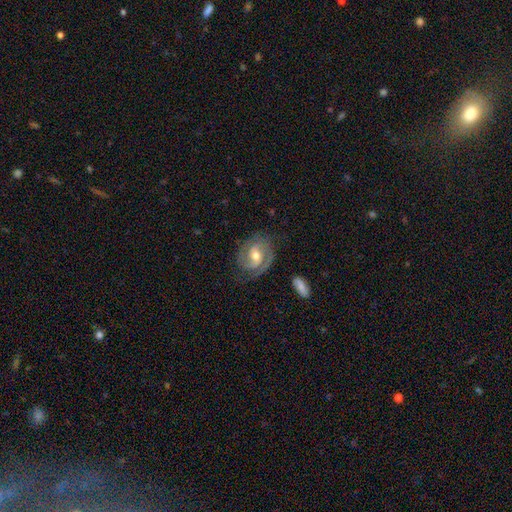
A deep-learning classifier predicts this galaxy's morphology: Smooth or featured: featured or disk — 81% (smooth — 13%)
Edge-on disk: no — 96% (yes — 4%)
Bar: weak — 46% (no — 37%)
Spiral arms: yes — 94% (no — 6%)
Spiral winding: tight — 46% (medium — 41%)
Spiral arm count: 2 — 69% (can't tell — 11%)
Bulge size: moderate — 68% (small — 25%)
Merging: none — 70% (minor disturbance — 19%)